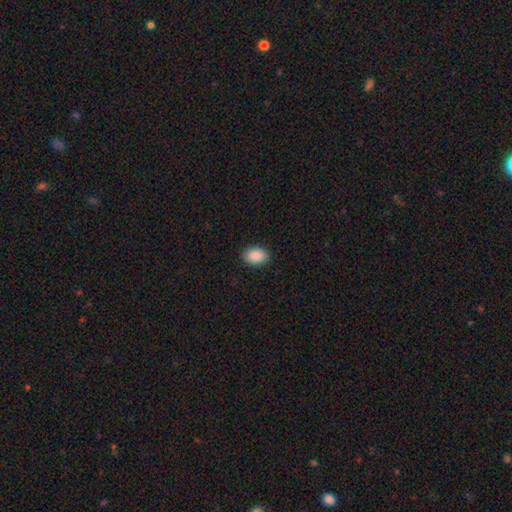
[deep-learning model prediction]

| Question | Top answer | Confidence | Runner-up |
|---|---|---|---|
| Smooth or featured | smooth | 91% | star or artifact (7%) |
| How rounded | in between | 86% | round (13%) |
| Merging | none | 89% | minor disturbance (8%) |